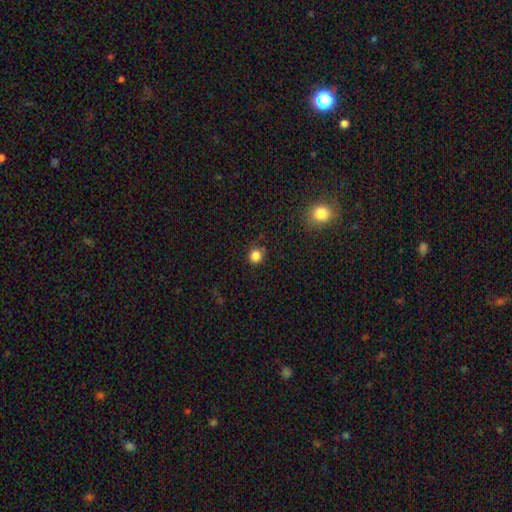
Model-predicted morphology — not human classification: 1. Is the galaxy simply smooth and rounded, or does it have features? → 84% smooth, 13% star or artifact, 4% featured or disk.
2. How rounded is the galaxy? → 89% round, 10% in between, 1% cigar-shaped.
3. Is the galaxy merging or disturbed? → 81% none, 13% minor disturbance, 3% major disturbance, 2% merger.